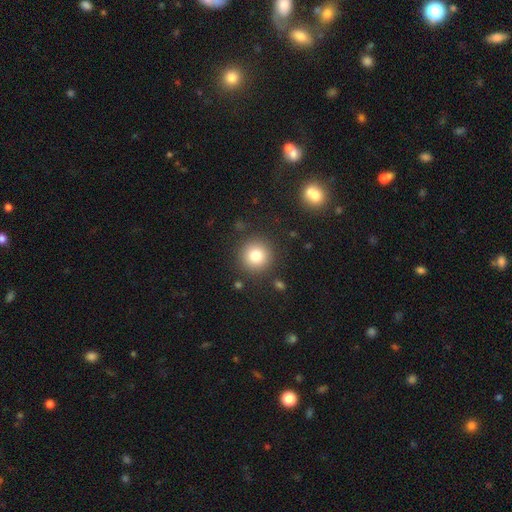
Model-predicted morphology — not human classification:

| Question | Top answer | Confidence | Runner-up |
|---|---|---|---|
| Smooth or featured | smooth | 79% | star or artifact (12%) |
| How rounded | round | 95% | in between (5%) |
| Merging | none | 89% | minor disturbance (6%) |